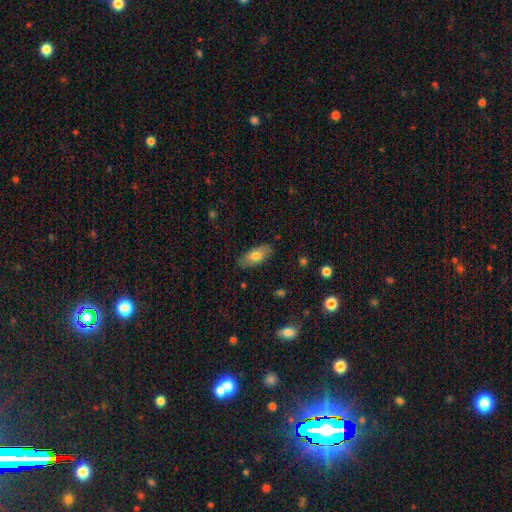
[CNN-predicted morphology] This appears to be a smooth galaxy with no disk features (73%) that is in between round and cigar-shaped (86%). Merging: none (85%).